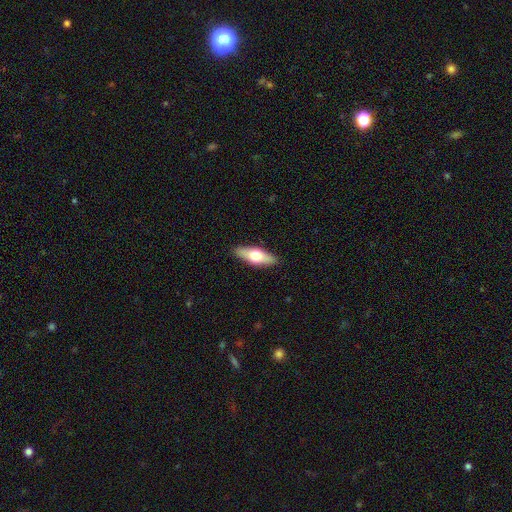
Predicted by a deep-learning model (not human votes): The model was most divided on "smooth or featured": smooth: 54%, featured or disk: 40%, star or artifact: 6%. More confident: merging — none (88%); how rounded — in between (62%).